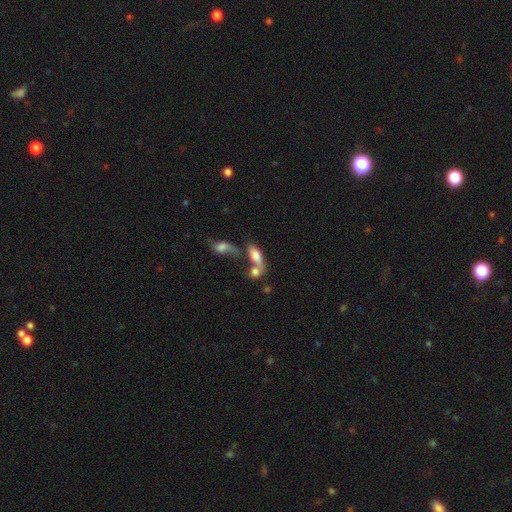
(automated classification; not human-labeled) This appears to be a smooth galaxy with no disk features (72%) that is in between round and cigar-shaped (80%). Merging: merger (55%).